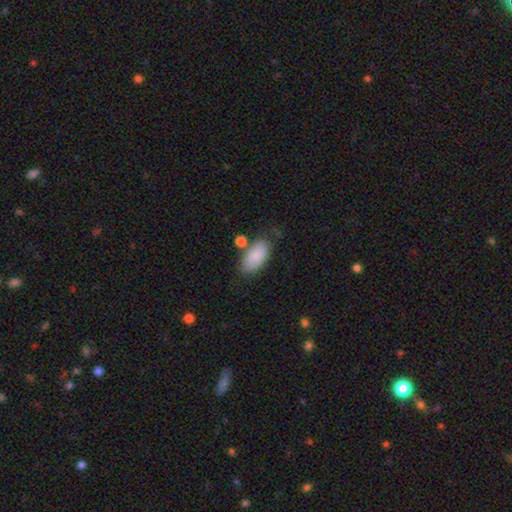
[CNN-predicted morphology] A smooth galaxy with no disk features (84%) that is in between round and cigar-shaped (94%).

Vote fractions:
- Smooth or featured? smooth: 84% / featured or disk: 10% / star or artifact: 6%
- How rounded? in between: 94% / round: 3% / cigar-shaped: 3%
- Merging? none: 66% / minor disturbance: 18% / merger: 10% / major disturbance: 6%